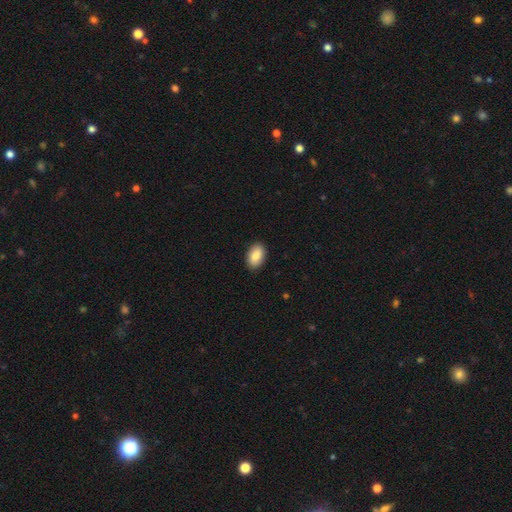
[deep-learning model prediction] Smooth or featured? smooth (86%)
How rounded? in between (92%)
Merging? none (90%)